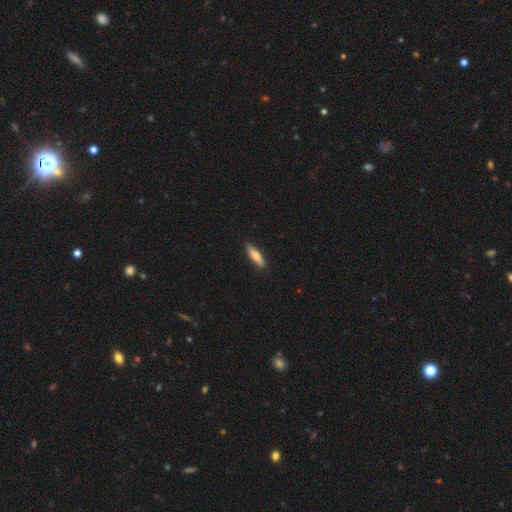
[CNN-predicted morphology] A smooth galaxy with no disk features (72%) that is cigar-shaped (72%). Merging: none (89%).